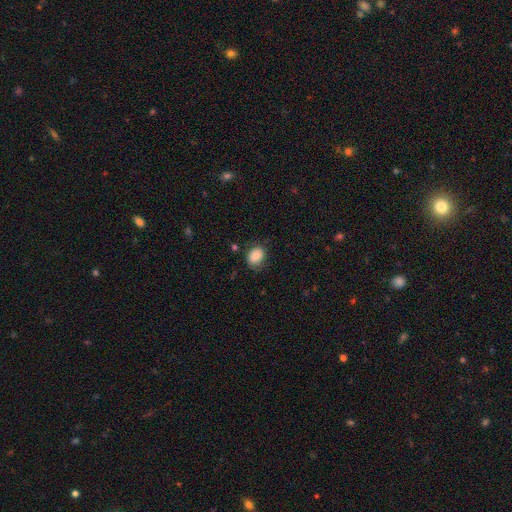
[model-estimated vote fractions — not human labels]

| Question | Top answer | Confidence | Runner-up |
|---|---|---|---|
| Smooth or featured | smooth | 84% | star or artifact (9%) |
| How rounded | in between | 55% | round (44%) |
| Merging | none | 74% | minor disturbance (19%) |